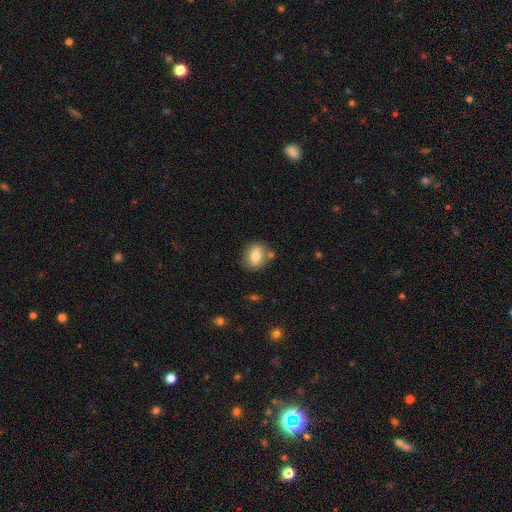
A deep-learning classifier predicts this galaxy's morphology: This is likely a smooth galaxy (76%). How rounded: possibly round (51%). Merging: likely none (74%).